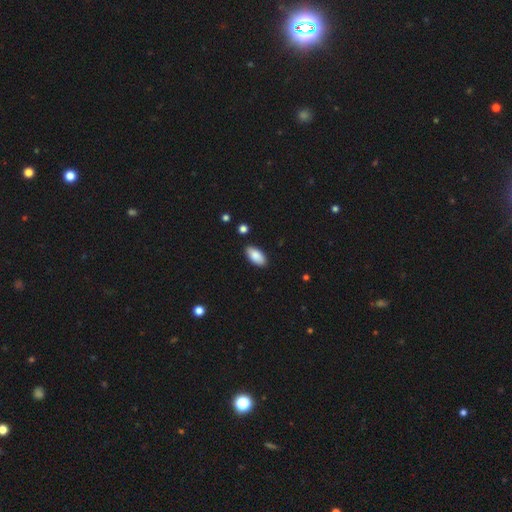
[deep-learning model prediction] Q: Smooth or featured?
A: smooth (87%); runner-up: featured or disk (7%)
Q: How rounded?
A: in between (93%); runner-up: cigar-shaped (5%)
Q: Merging?
A: none (87%); runner-up: minor disturbance (10%)